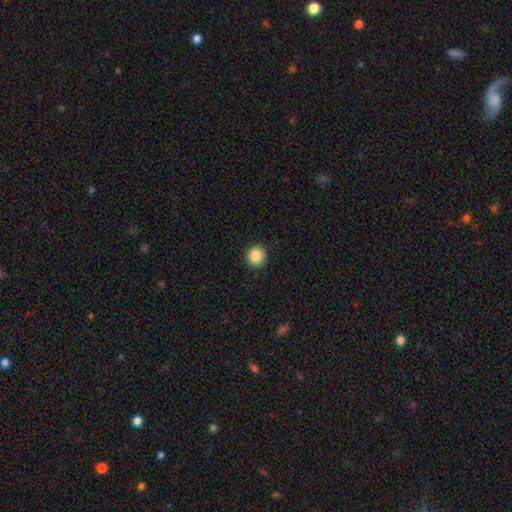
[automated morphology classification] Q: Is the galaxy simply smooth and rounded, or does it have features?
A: smooth — 86%.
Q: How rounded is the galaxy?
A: round — 91%.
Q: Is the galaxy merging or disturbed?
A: none — 92%.